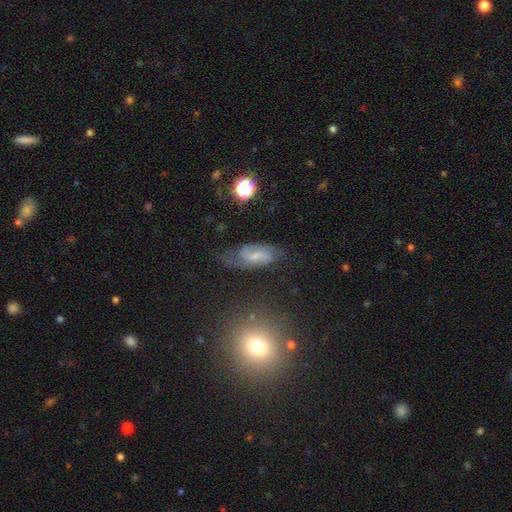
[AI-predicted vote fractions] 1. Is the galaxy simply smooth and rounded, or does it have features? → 68% featured or disk, 21% smooth, 10% star or artifact.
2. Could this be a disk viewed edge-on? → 94% no, 6% yes.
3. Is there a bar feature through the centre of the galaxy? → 52% weak, 30% no, 18% strong.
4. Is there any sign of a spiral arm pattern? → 91% yes, 9% no.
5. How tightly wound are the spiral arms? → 47% medium, 28% loose, 26% tight.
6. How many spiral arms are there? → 82% 2, 10% can't tell, 4% 1, 2% 3, 1% 4, 1% more than 4.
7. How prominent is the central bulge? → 55% small, 34% moderate, 7% none, 2% large, 1% dominant.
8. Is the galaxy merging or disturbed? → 63% none, 23% minor disturbance, 11% major disturbance, 3% merger.